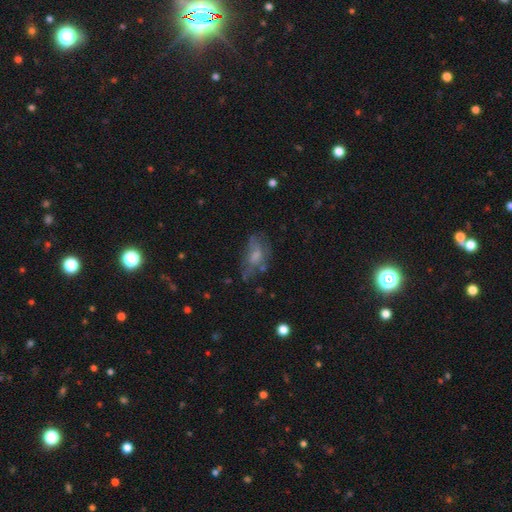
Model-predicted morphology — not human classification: The model was most divided on "smooth or featured": smooth: 47%, featured or disk: 40%, star or artifact: 13%. Remaining: merging — none (43%).